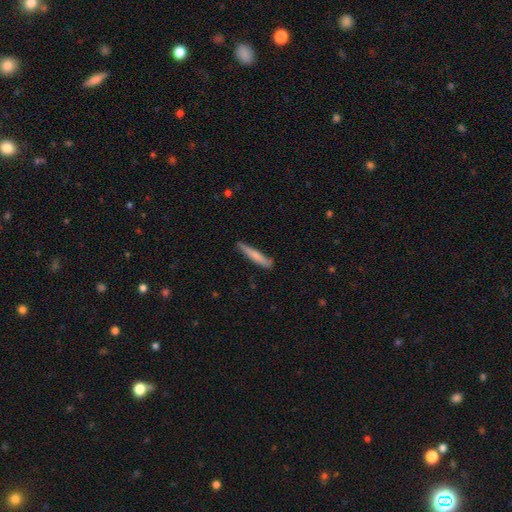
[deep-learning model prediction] A smooth galaxy with no disk features (71%) that is cigar-shaped (93%).

Vote fractions:
- Smooth or featured? smooth: 71% / featured or disk: 23% / star or artifact: 5%
- How rounded? cigar-shaped: 93% / in between: 6% / round: 1%
- Merging? none: 78% / minor disturbance: 18% / major disturbance: 3% / merger: 2%